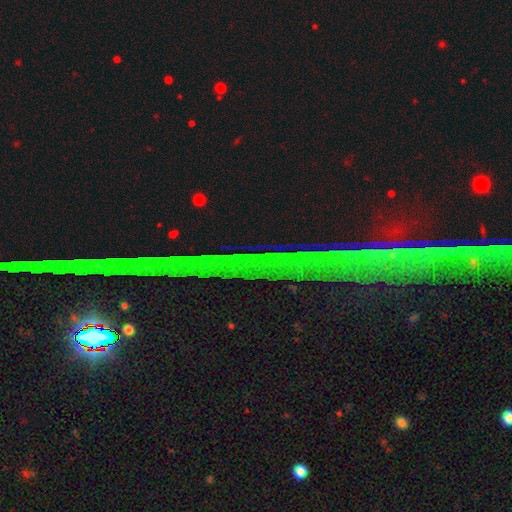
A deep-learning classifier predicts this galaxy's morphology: The model was most divided on "smooth or featured": star or artifact: 85%, featured or disk: 9%, smooth: 6%.